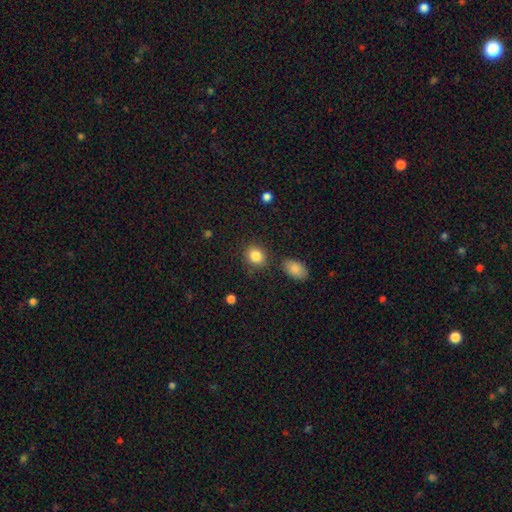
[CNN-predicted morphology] Smooth or featured?
  - smooth: 86% *
  - star or artifact: 9%
  - featured or disk: 5%
How rounded?
  - round: 67% *
  - in between: 32%
  - cigar-shaped: 1%
Merging?
  - none: 81% *
  - minor disturbance: 11%
  - merger: 5%
  - major disturbance: 3%